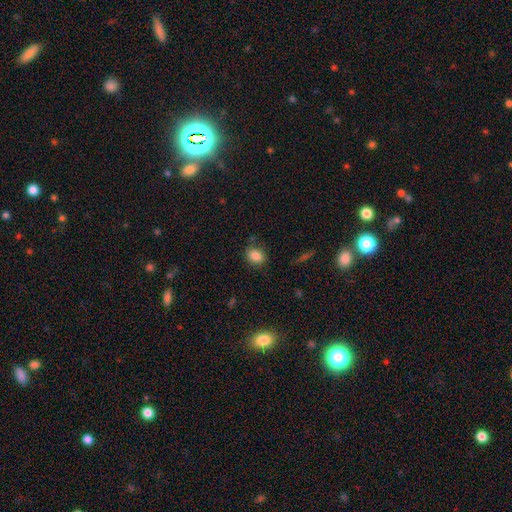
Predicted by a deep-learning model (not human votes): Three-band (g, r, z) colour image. It shows a smooth galaxy with no disk features (84%) that is in between round and cigar-shaped (56%). Merging: none (81%).